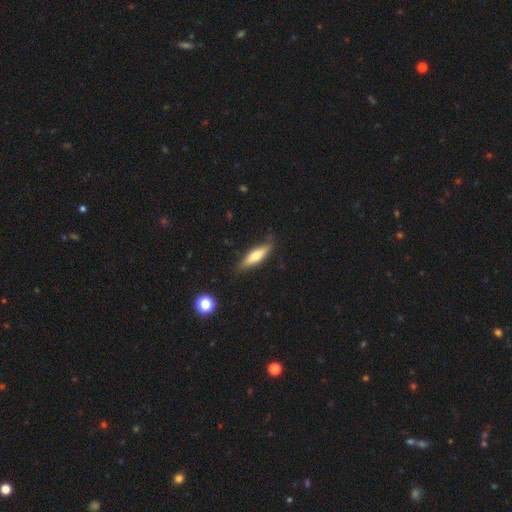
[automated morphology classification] smooth 60%, featured or disk 34%, star or artifact 6%. Down the decision tree: how rounded — cigar-shaped (63%); merging — none (81%).